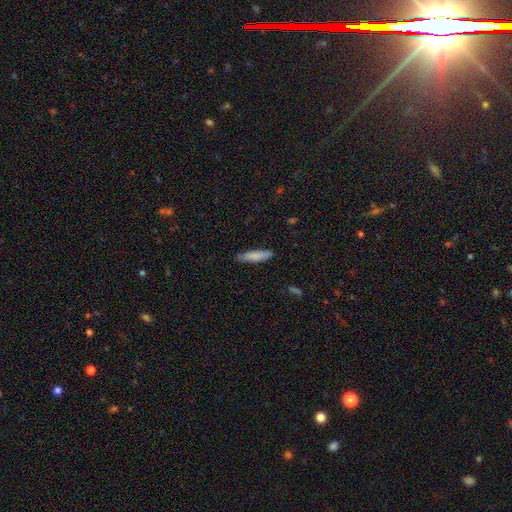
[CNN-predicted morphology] smooth-or-featured: smooth: 82% | featured or disk: 12% | star or artifact: 6%
  how-rounded: cigar-shaped: 70% | in between: 29% | round: 1%
  merging: none: 82% | minor disturbance: 14% | major disturbance: 2% | merger: 2%